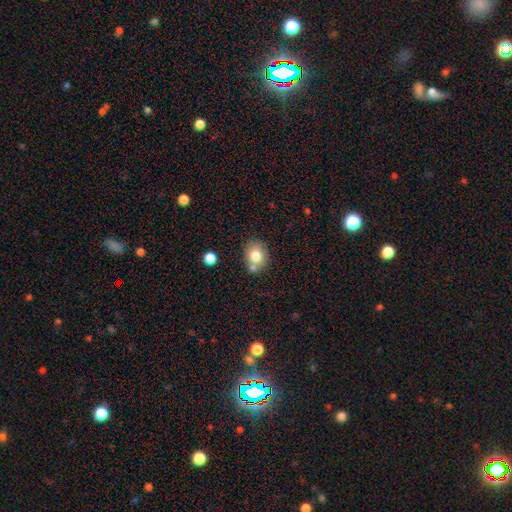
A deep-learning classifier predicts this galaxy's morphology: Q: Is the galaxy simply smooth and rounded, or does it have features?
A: smooth — 77%.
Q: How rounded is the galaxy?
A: round — 58%.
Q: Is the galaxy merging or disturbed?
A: none — 64%.